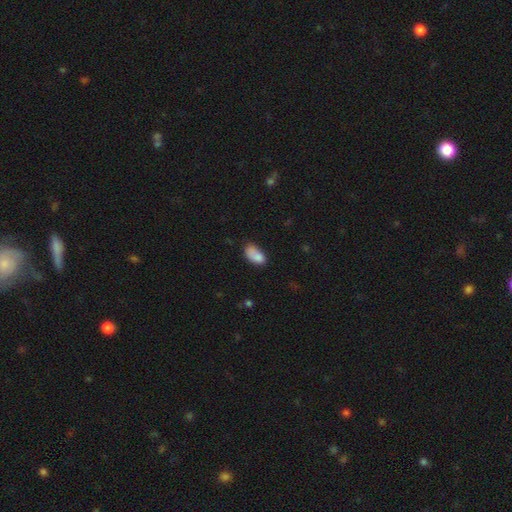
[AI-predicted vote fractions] Morphology: type=smooth (82%); roundness=in between (91%); merging=none (45%).